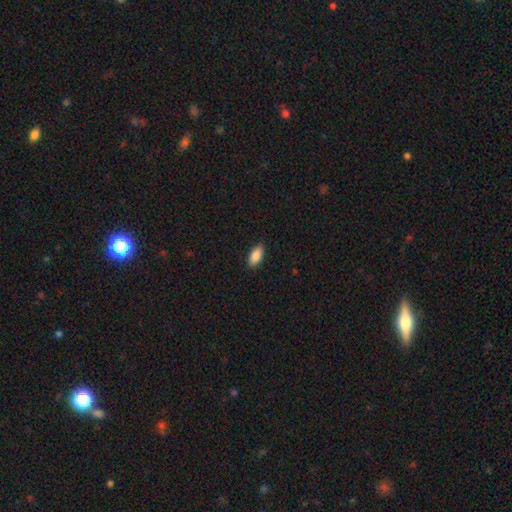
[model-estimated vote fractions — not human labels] smooth_or_featured: smooth (p=0.88) [alt: star or artifact p=0.06]
how_rounded: in between (p=0.89) [alt: cigar-shaped p=0.09]
merging: none (p=0.86) [alt: minor disturbance p=0.11]